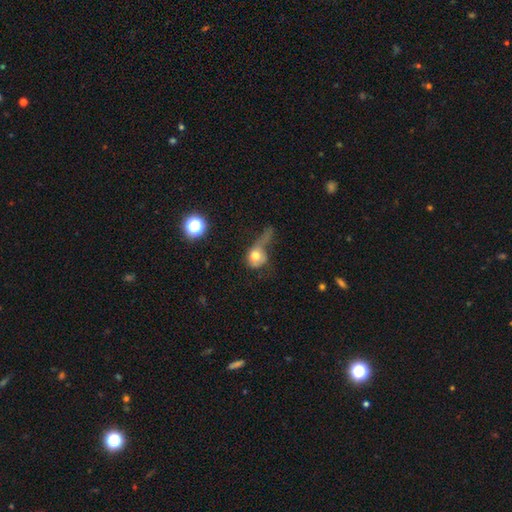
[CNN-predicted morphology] type=smooth (65%); roundness=round (60%); merging=major disturbance (53%).